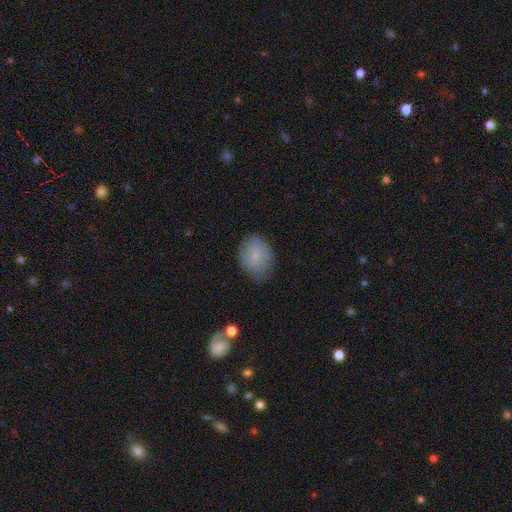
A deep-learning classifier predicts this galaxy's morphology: A smooth galaxy with no disk features (72%) that is in between round and cigar-shaped (58%).

Vote fractions:
- Smooth or featured? smooth: 72% / featured or disk: 20% / star or artifact: 8%
- How rounded? in between: 58% / round: 41% / cigar-shaped: 1%
- Merging? none: 68% / minor disturbance: 24% / major disturbance: 6% / merger: 2%